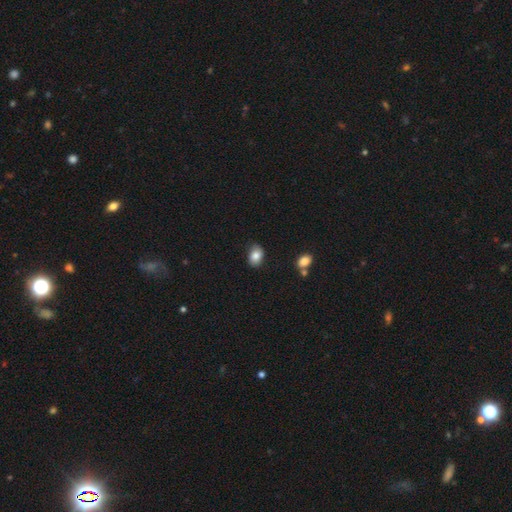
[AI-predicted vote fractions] smooth_or_featured: smooth (p=0.85) [alt: star or artifact p=0.08]
how_rounded: in between (p=0.77) [alt: round p=0.22]
merging: none (p=0.80) [alt: minor disturbance p=0.15]